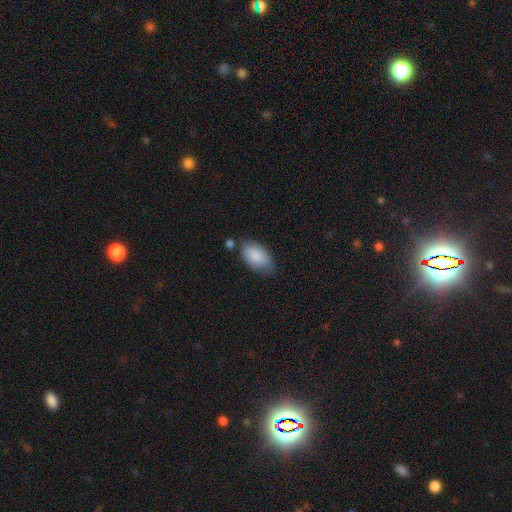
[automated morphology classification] Smooth or featured: smooth — 85% (featured or disk — 9%)
How rounded: in between — 95% (round — 3%)
Merging: none — 65% (minor disturbance — 23%)